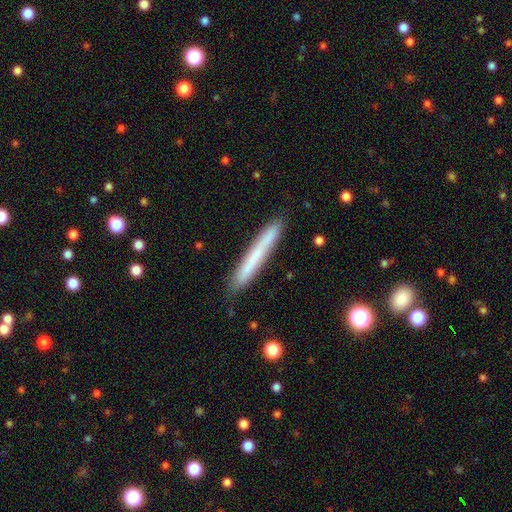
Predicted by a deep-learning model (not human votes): Smooth or featured? smooth (64%)
How rounded? cigar-shaped (97%)
Merging? none (88%)